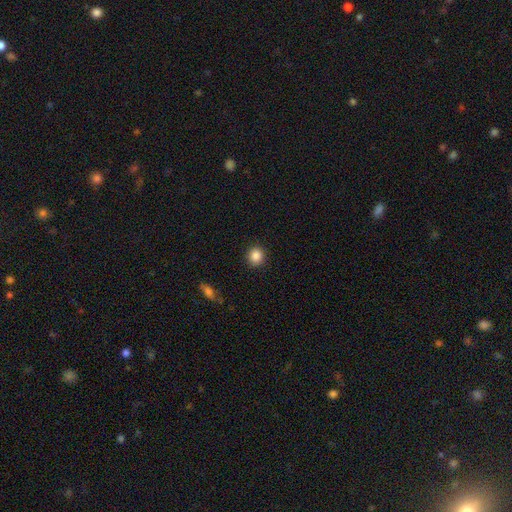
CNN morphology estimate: The model was most divided on "smooth or featured": smooth: 87%, star or artifact: 10%, featured or disk: 4%. More confident: merging — none (91%); how rounded — round (90%).